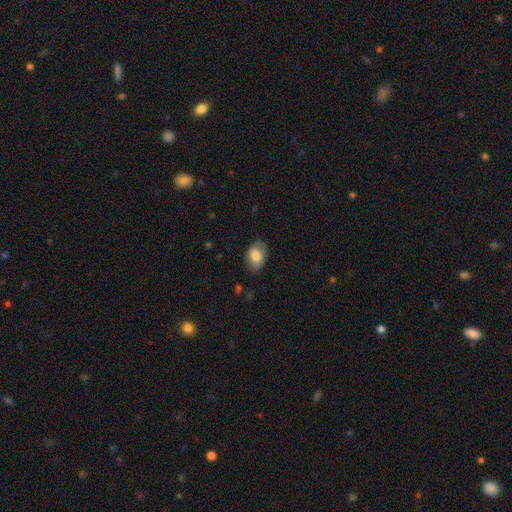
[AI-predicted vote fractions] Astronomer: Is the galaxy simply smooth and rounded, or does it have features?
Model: smooth — 73%.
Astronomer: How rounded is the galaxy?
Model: in between — 88%.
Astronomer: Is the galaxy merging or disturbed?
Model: none — 69%.